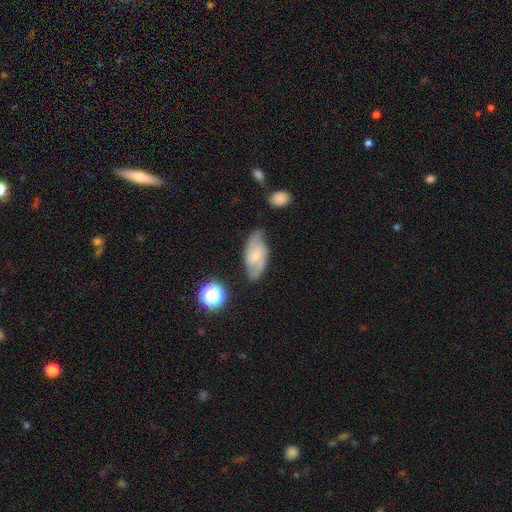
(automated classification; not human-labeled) This appears to be a featured or disk galaxy (65%) with no bar (51%), 2 (85%) medium (44%) spiral arms (91%) and a small central bulge (64%). Merging: none (69%).